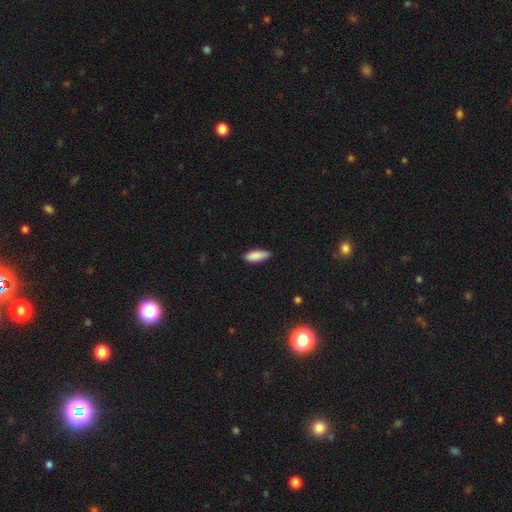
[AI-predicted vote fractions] Smooth or featured? Predicted: smooth (p=0.89). How rounded? Predicted: in between (p=0.75). Merging? Predicted: none (p=0.83).